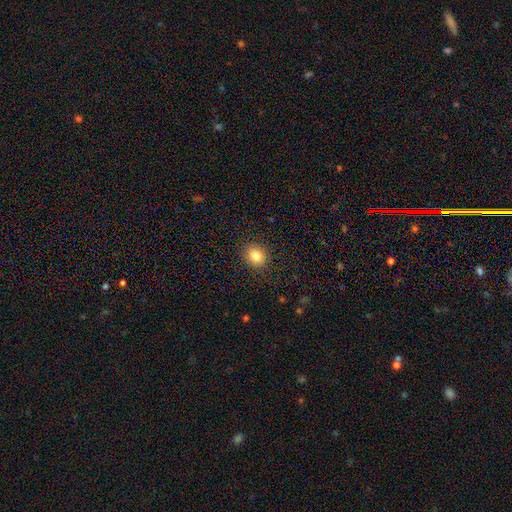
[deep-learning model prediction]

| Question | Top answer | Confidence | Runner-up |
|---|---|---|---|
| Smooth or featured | smooth | 82% | star or artifact (11%) |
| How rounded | round | 74% | in between (25%) |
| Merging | none | 89% | minor disturbance (7%) |